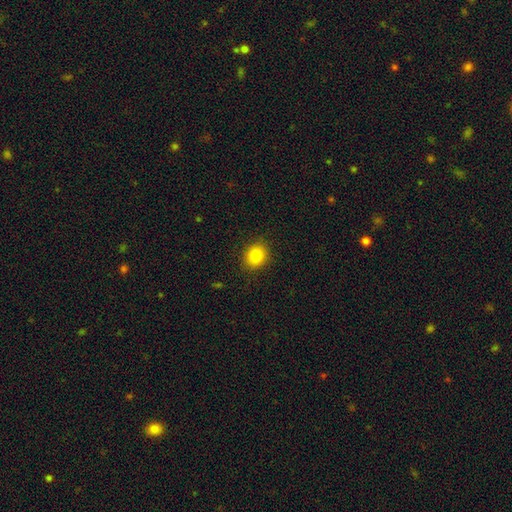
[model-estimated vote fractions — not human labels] This is clearly a smooth galaxy (86%). How rounded: possibly round (58%). Merging: clearly none (88%).